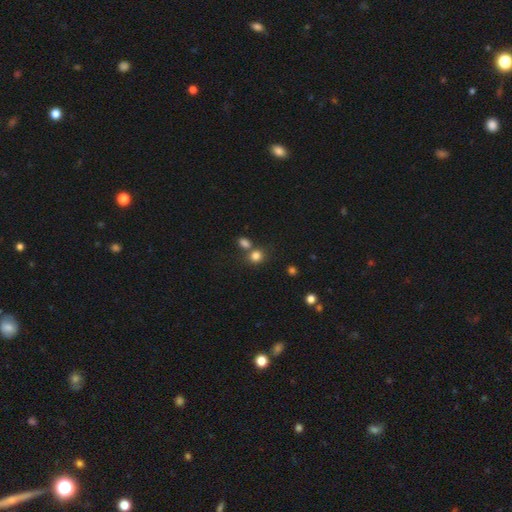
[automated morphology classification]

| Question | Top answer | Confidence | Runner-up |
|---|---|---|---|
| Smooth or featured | smooth | 81% | star or artifact (13%) |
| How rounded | round | 74% | in between (25%) |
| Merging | none | 57% | merger (30%) |